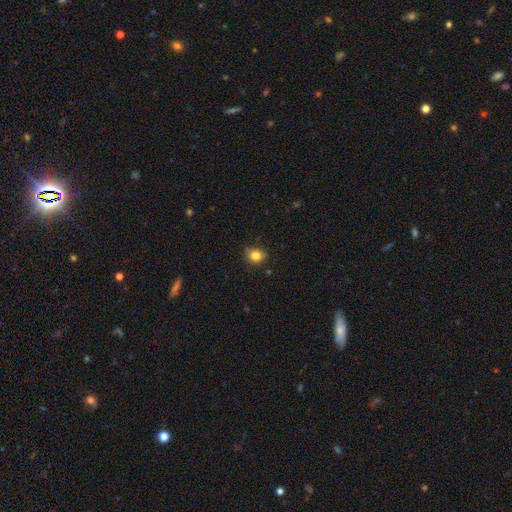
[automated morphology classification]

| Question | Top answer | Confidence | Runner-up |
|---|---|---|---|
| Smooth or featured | smooth | 82% | star or artifact (12%) |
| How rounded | round | 78% | in between (21%) |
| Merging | none | 80% | minor disturbance (16%) |